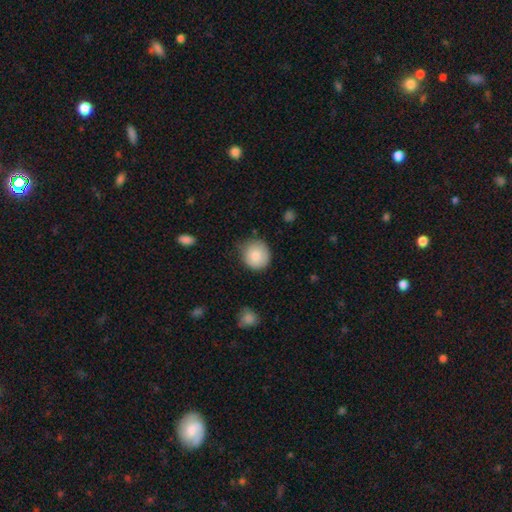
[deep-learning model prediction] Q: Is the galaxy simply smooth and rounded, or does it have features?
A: smooth — 84%.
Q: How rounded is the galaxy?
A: round — 90%.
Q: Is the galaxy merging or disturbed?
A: none — 72%.